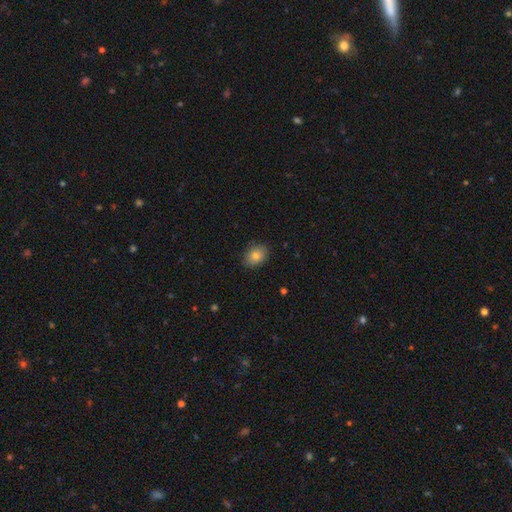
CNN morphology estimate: Smooth or featured? Predicted: smooth (p=0.81). How rounded? Predicted: in between (p=0.64). Merging? Predicted: none (p=0.85).